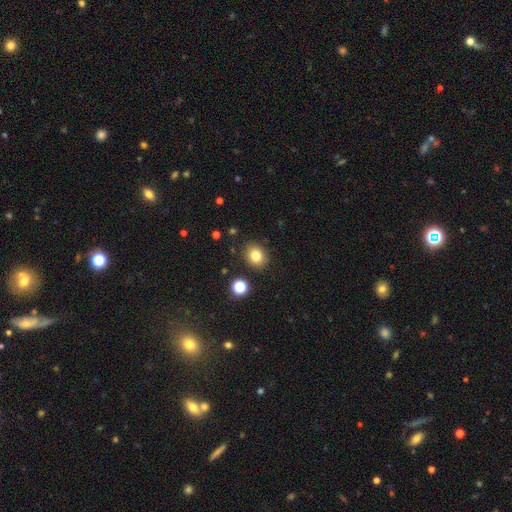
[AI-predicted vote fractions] Morphology: type=smooth (80%); roundness=round (61%); merging=none (86%).